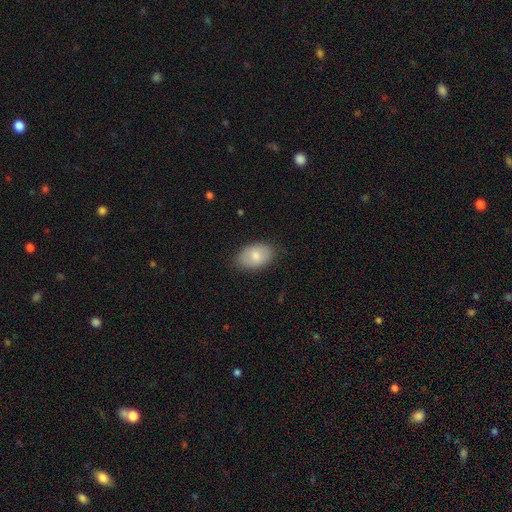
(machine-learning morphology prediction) Smooth or featured?
  - smooth: 78% *
  - featured or disk: 15%
  - star or artifact: 6%
How rounded?
  - in between: 88% *
  - round: 11%
  - cigar-shaped: 1%
Merging?
  - none: 81% *
  - minor disturbance: 15%
  - major disturbance: 3%
  - merger: 1%